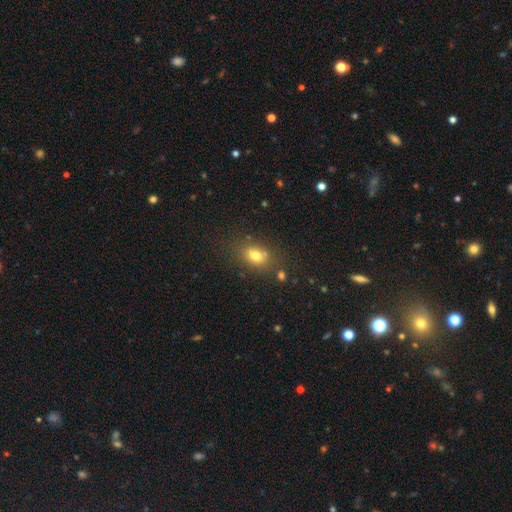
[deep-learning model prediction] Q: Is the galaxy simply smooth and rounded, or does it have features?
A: smooth — 76%.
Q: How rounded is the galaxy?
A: in between — 66%.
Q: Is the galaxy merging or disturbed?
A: none — 74%.